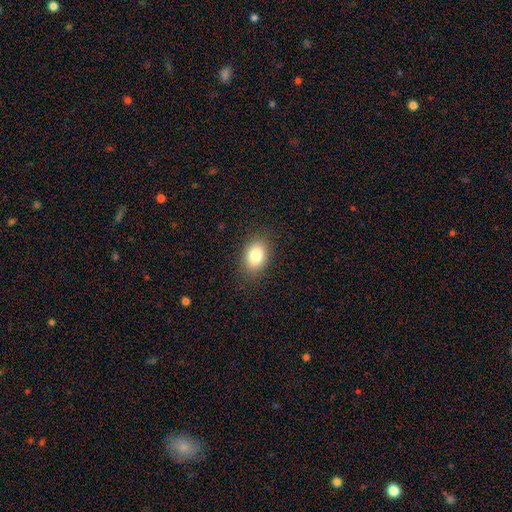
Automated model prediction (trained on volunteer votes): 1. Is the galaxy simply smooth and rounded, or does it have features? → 83% smooth, 9% star or artifact, 8% featured or disk.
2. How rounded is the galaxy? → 76% in between, 23% round, 1% cigar-shaped.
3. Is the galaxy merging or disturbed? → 87% none, 10% minor disturbance, 3% major disturbance, 1% merger.